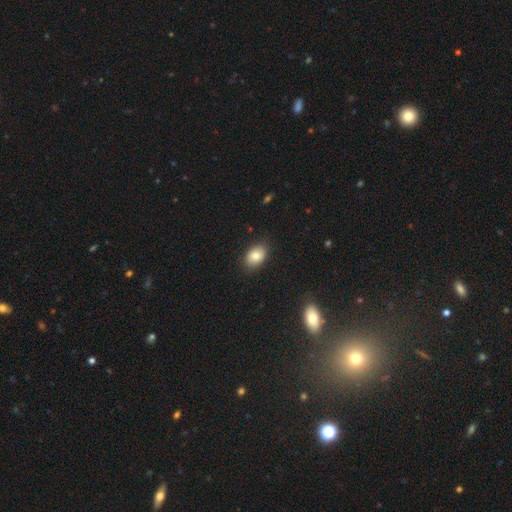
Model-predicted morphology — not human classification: A smooth galaxy with no disk features (81%) that is in between round and cigar-shaped (83%).

Vote fractions:
- Smooth or featured? smooth: 81% / featured or disk: 10% / star or artifact: 9%
- How rounded? in between: 83% / round: 16% / cigar-shaped: 1%
- Merging? none: 85% / minor disturbance: 11% / major disturbance: 2% / merger: 1%